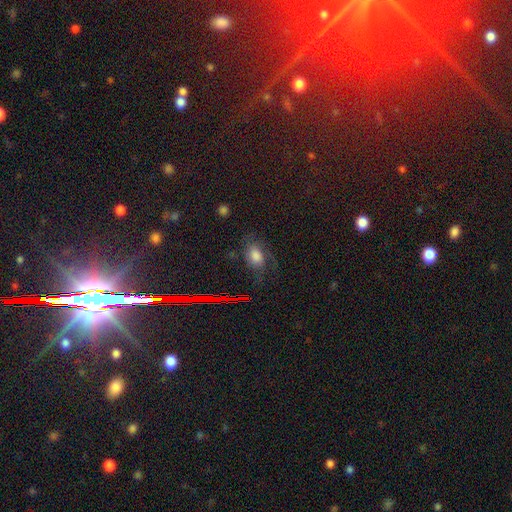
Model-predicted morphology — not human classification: smooth-or-featured: smooth: 50% | featured or disk: 33% | star or artifact: 17%
  how-rounded: in between: 79% | round: 18% | cigar-shaped: 3%
  merging: none: 55% | minor disturbance: 23% | major disturbance: 20% | merger: 2%